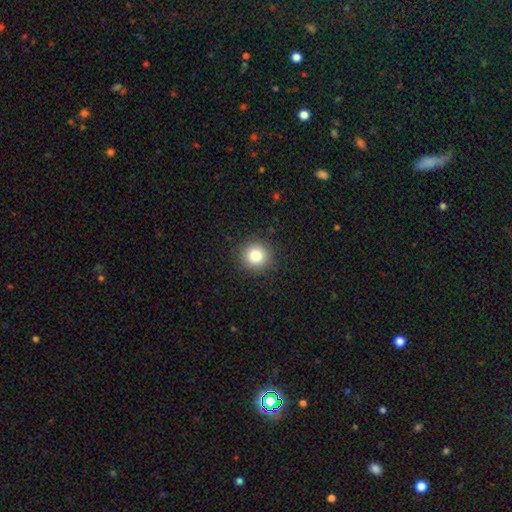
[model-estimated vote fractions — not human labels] Smooth or featured? smooth (82%)
How rounded? round (94%)
Merging? none (91%)